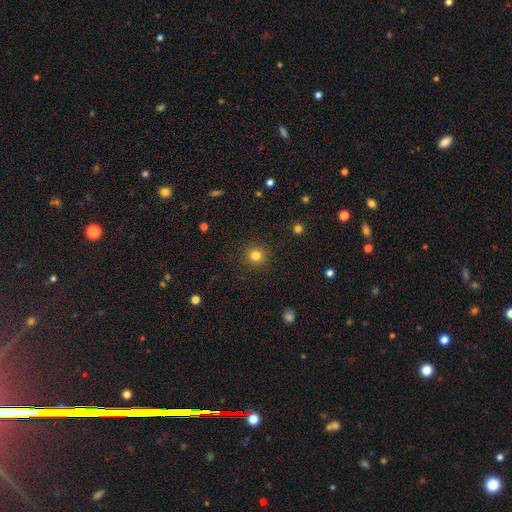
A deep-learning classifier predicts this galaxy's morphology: Overall: smooth (81%). How rounded: round (93%). Merging: none (90%).